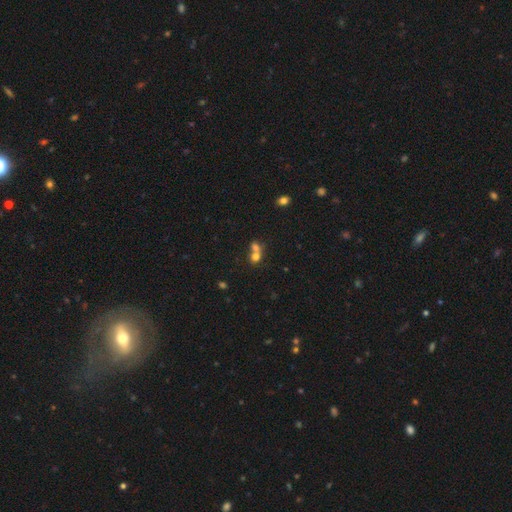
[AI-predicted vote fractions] smooth 70%, featured or disk 16%, star or artifact 14%. Down the decision tree: how rounded — round (68%); merging — merger (66%).